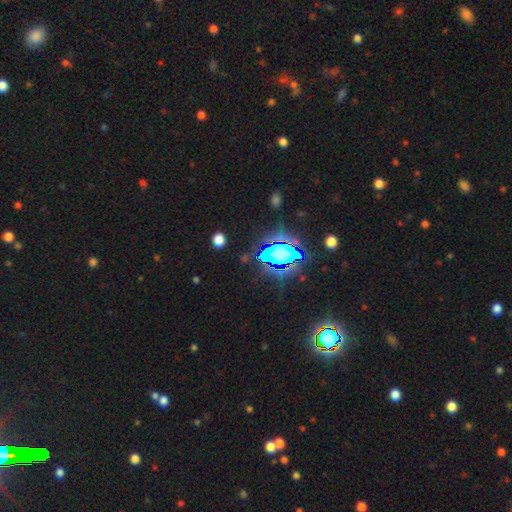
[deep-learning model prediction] Smooth or featured? star or artifact (81%)